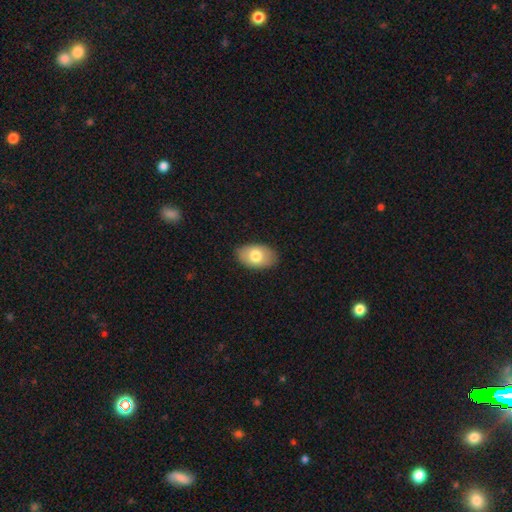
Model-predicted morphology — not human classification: type=smooth (75%); roundness=in between (90%); merging=none (86%).